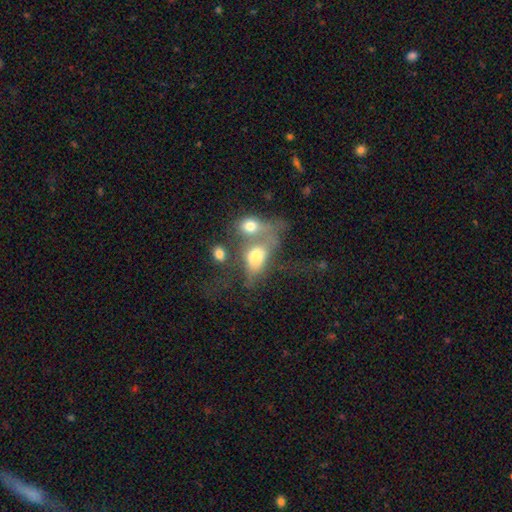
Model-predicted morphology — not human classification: Smooth or featured: smooth — 61% (featured or disk — 28%)
How rounded: in between — 78% (round — 18%)
Merging: merger — 61% (major disturbance — 17%)